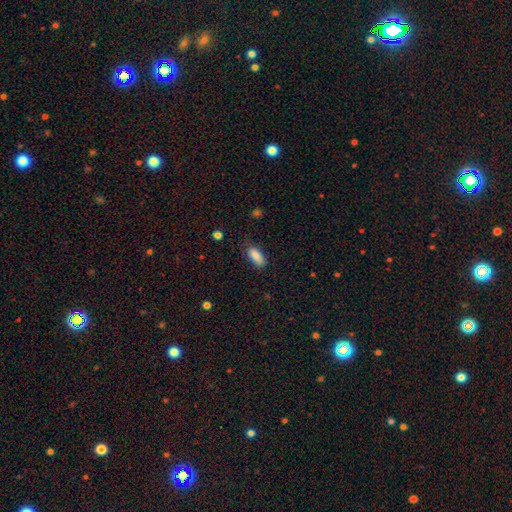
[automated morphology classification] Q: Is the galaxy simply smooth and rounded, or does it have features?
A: smooth — 87%.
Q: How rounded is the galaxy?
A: in between — 85%.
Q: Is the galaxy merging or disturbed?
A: none — 76%.